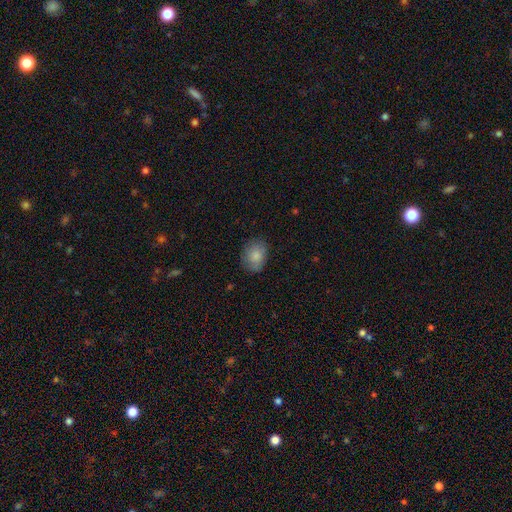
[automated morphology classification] Overall: smooth (83%). How rounded: in between (56%; round 43%). Merging: none (77%).